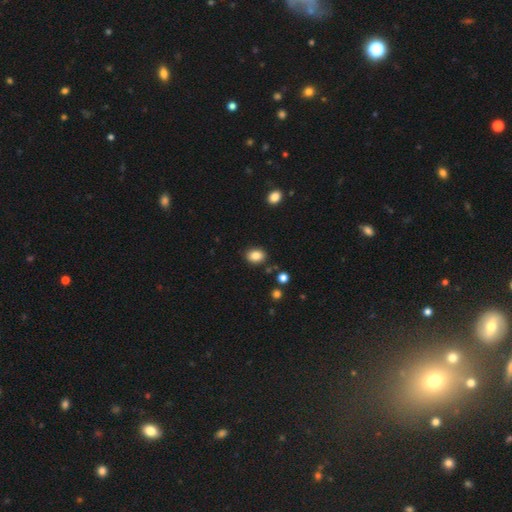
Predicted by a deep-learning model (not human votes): smooth-or-featured: smooth: 85% | star or artifact: 10% | featured or disk: 6%
  how-rounded: in between: 62% | round: 37% | cigar-shaped: 1%
  merging: none: 85% | minor disturbance: 10% | major disturbance: 2% | merger: 2%